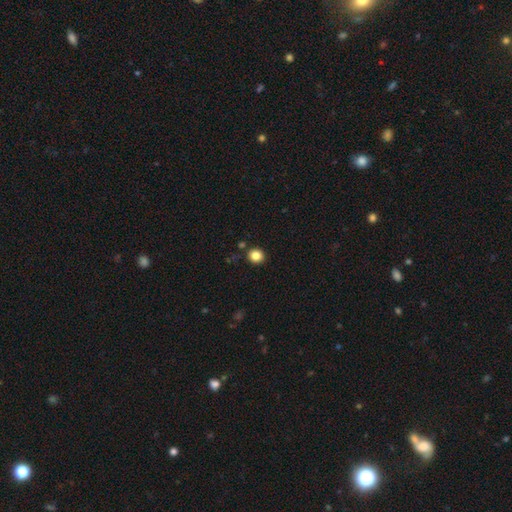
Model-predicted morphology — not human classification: smooth 84%, star or artifact 11%, featured or disk 5%. Down the decision tree: how rounded — round (84%); merging — none (87%).